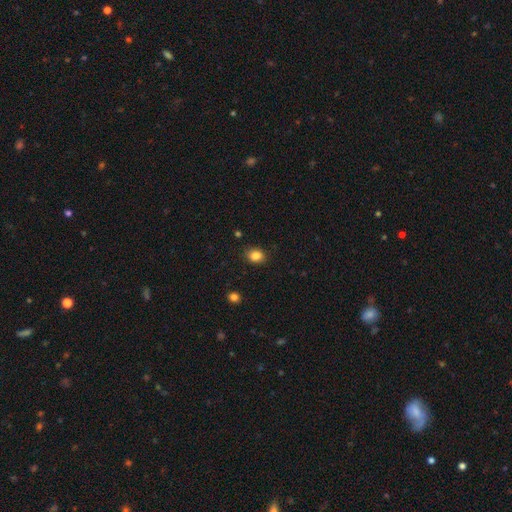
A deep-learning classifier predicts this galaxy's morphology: Smooth or featured? smooth (85%)
How rounded? in between (52%)
Merging? none (86%)